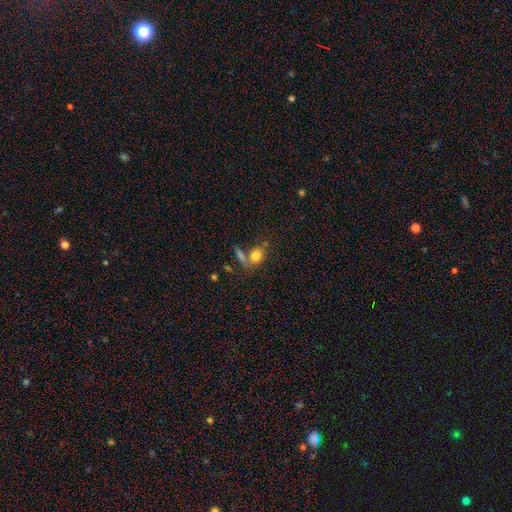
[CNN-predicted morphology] Q: Smooth or featured?
A: smooth (79%); runner-up: featured or disk (11%)
Q: How rounded?
A: in between (61%); runner-up: round (34%)
Q: Merging?
A: none (52%); runner-up: merger (28%)